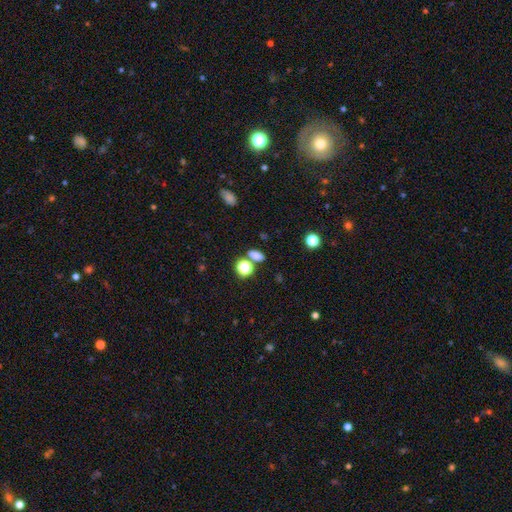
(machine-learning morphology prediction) This is likely a smooth galaxy (75%). How rounded: likely in between (75%). Merging: likely none (68%).